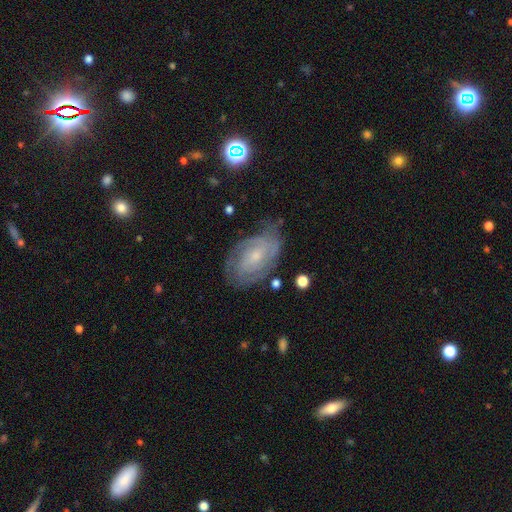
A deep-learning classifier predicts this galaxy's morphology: The model was most divided on "spiral arm count": can't tell: 41%, 2: 32%, 3: 13%, 4: 6%, 1: 5%, more than 4: 4%. More confident: edge-on disk — no (96%); spiral arms — yes (90%); smooth or featured — featured or disk (77%); merging — none (69%); bulge size — small (67%); spiral winding — tight (66%); bar — no (64%).